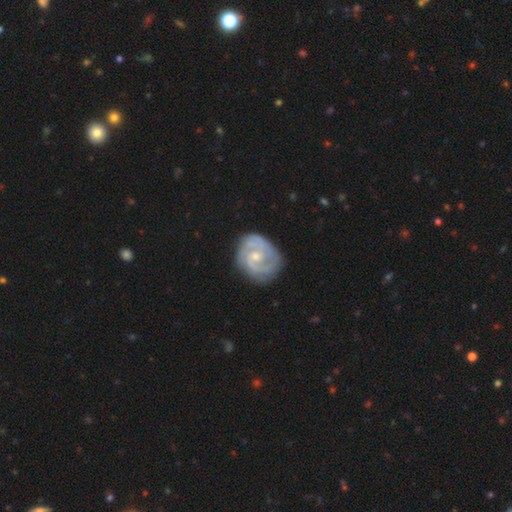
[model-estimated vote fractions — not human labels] Smooth or featured? Predicted: featured or disk (p=0.83). Edge-on disk? Predicted: no (p=0.98). Bar? Predicted: no (p=0.54). Spiral arms? Predicted: yes (p=0.95). Spiral winding? Predicted: tight (p=0.57). Spiral arm count? Predicted: 2 (p=0.59). Bulge size? Predicted: small (p=0.55). Merging? Predicted: none (p=0.76).